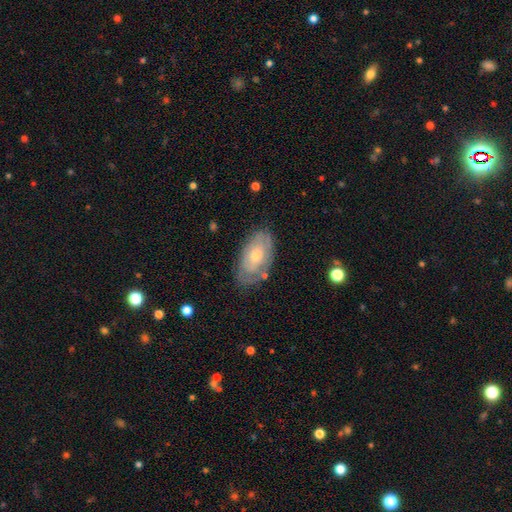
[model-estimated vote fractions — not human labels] A featured or disk galaxy (56%) with no bar (79%), spiral arms (57%) and a moderate central bulge (59%). Merging: none (71%).